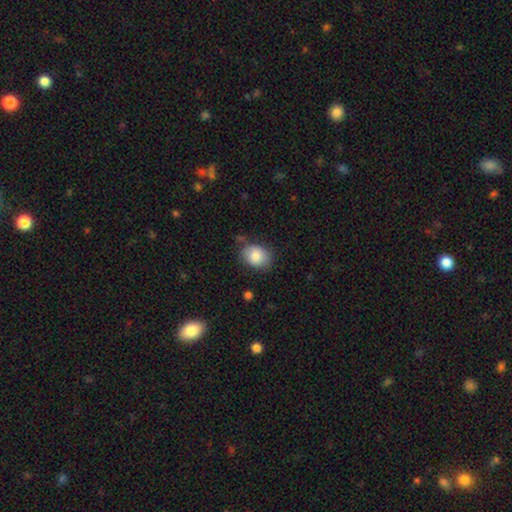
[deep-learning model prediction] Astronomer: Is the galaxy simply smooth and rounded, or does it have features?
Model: smooth — 83%.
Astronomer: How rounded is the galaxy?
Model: in between — 58% (runner-up: round, 41%).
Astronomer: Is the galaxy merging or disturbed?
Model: none — 74%.